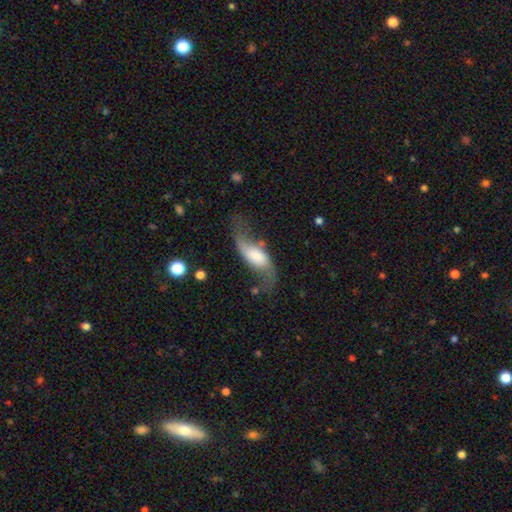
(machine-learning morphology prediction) Smooth or featured? featured or disk (63%)
Edge-on disk? no (87%)
Bar? no (45%)
Spiral arms? yes (88%)
Bulge size? large (29%)
Merging? none (46%)